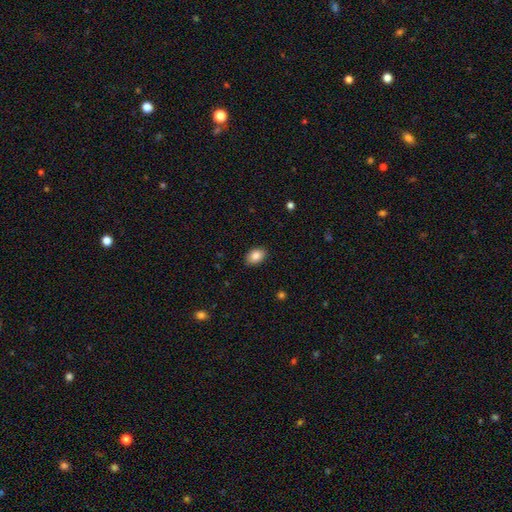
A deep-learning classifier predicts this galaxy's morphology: This appears to be a smooth galaxy with no disk features (86%) that is in between round and cigar-shaped (84%). Merging: none (88%).